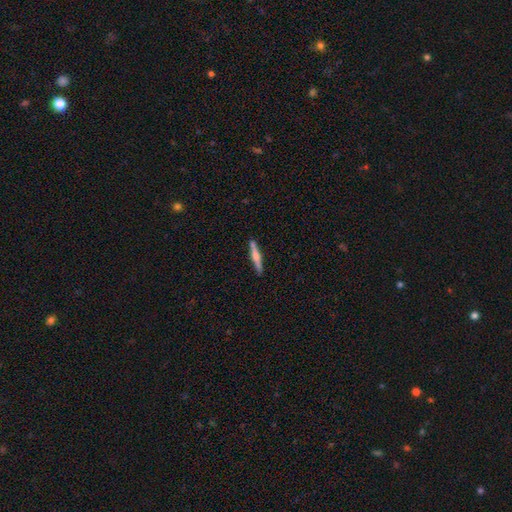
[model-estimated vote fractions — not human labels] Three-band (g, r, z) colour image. It shows a featured or disk galaxy (52%) viewed edge-on (97%) with a rounded central bulge (75%). Merging: none (88%).